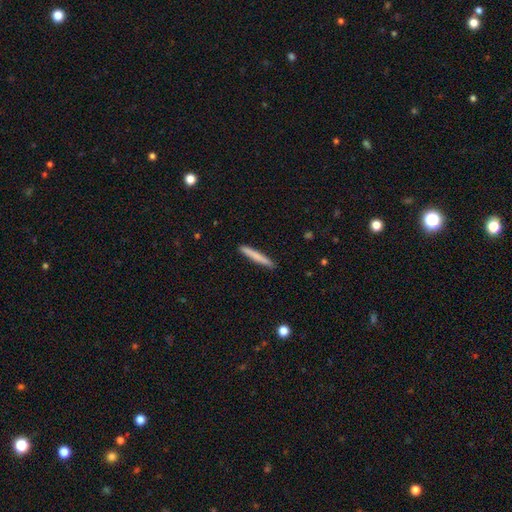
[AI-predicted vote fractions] This appears to be a smooth galaxy with no disk features (75%) that is cigar-shaped (96%). Merging: none (91%).